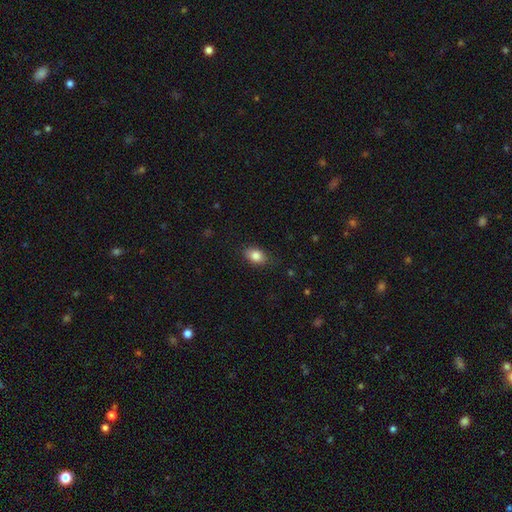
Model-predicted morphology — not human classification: type=smooth (83%); roundness=in between (82%); merging=none (83%).